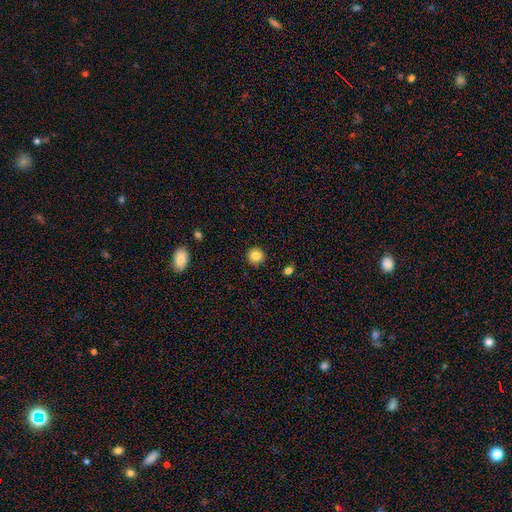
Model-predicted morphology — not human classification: smooth_or_featured: smooth (p=0.85) [alt: star or artifact p=0.10]
how_rounded: round (p=0.94) [alt: in between p=0.05]
merging: none (p=0.91) [alt: minor disturbance p=0.06]